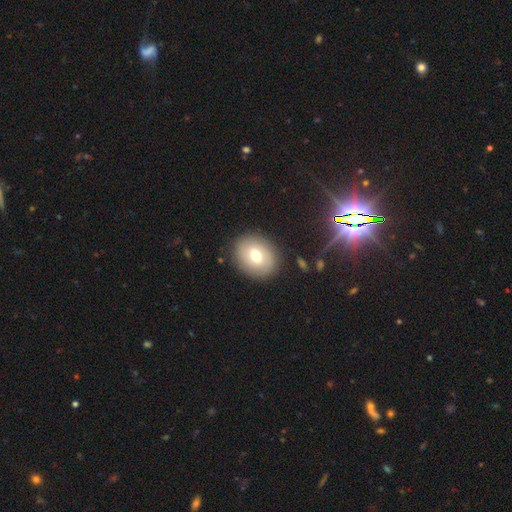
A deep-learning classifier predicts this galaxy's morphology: type=smooth (68%); roundness=round (54%); merging=none (86%).